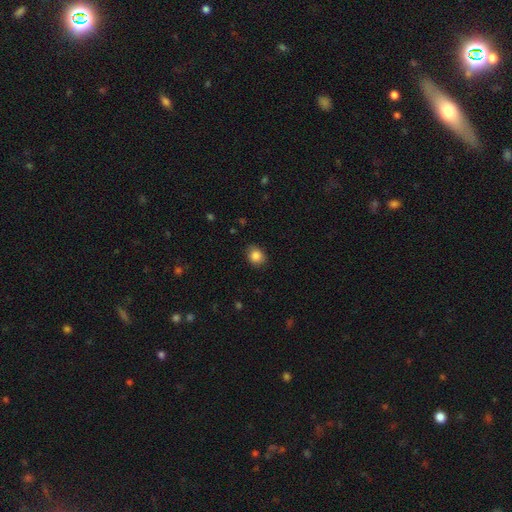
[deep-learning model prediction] Morphology: type=smooth (86%); roundness=round (61%); merging=none (85%).